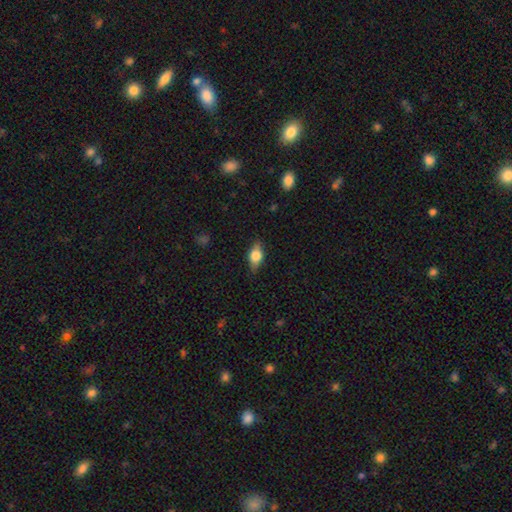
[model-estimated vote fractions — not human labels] This appears to be a smooth galaxy with no disk features (61%) that is in between round and cigar-shaped (79%). Merging: none (81%).